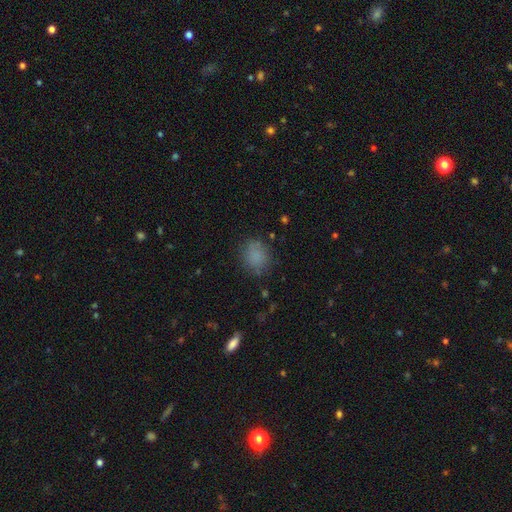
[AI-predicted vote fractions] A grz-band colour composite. It shows a smooth galaxy with no disk features (81%) that is round (65%). Merging: none (76%).